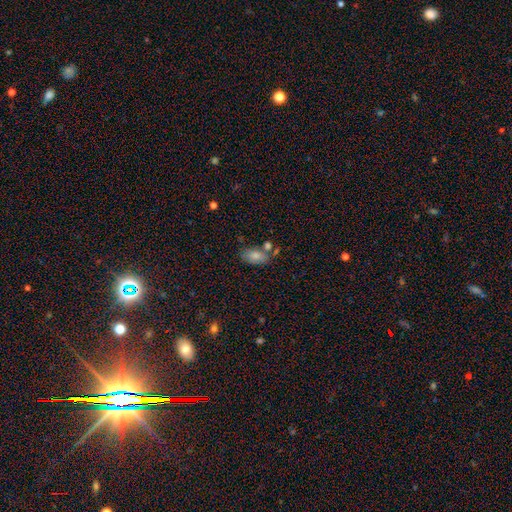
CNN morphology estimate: type=smooth (81%); roundness=in between (92%); merging=none (60%).